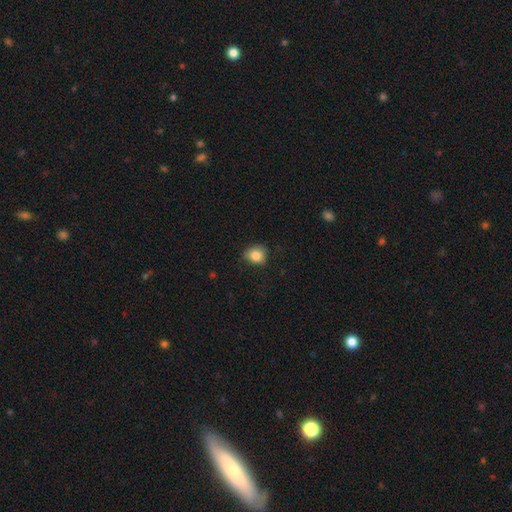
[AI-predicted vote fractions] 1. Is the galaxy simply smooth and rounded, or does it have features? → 84% smooth, 10% star or artifact, 6% featured or disk.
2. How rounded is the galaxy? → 72% round, 27% in between, 1% cigar-shaped.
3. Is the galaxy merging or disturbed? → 70% none, 24% minor disturbance, 5% major disturbance, 1% merger.